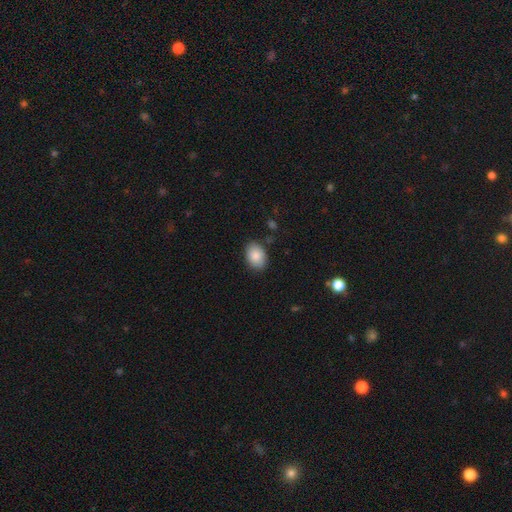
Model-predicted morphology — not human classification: Smooth or featured?
  - smooth: 87% *
  - star or artifact: 7%
  - featured or disk: 6%
How rounded?
  - in between: 80% *
  - round: 19%
  - cigar-shaped: 1%
Merging?
  - none: 85% *
  - minor disturbance: 11%
  - major disturbance: 2%
  - merger: 1%